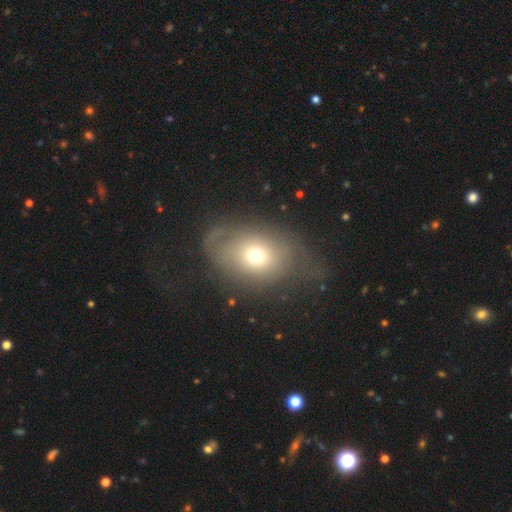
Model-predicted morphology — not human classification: smooth-or-featured: smooth: 59% | featured or disk: 28% | star or artifact: 12%
  how-rounded: in between: 58% | round: 40% | cigar-shaped: 1%
  merging: none: 45% | major disturbance: 28% | minor disturbance: 24% | merger: 2%